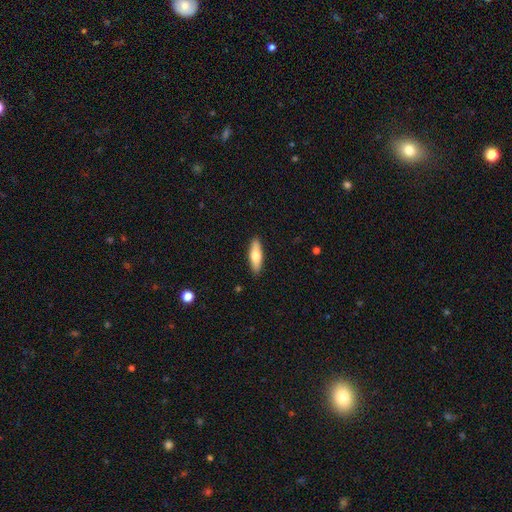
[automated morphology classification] smooth 65%, featured or disk 30%, star or artifact 6%. Down the decision tree: how rounded — in between (50%); merging — none (90%).